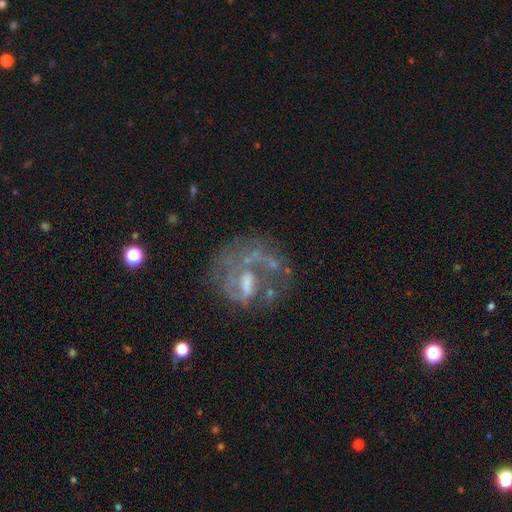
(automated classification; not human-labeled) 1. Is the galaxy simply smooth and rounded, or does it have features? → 65% featured or disk, 21% star or artifact, 14% smooth.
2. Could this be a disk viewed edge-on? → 97% no, 3% yes.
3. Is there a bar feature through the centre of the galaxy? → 55% no, 34% weak, 11% strong.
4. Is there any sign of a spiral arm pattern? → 65% yes, 35% no.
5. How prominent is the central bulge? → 52% small, 23% moderate, 20% none, 3% large, 2% dominant.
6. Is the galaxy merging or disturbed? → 45% none, 28% major disturbance, 16% minor disturbance, 11% merger.